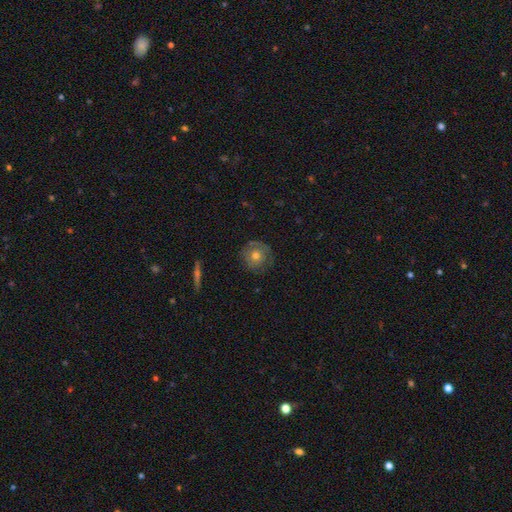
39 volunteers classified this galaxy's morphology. Volunteers were most divided on "spiral arms": yes: 53%, no: 47%. More confident: edge-on disk — no (95%); bar — no (95%); spiral winding — tight (80%); spiral arm count — can't tell (80%); bulge size — moderate (79%); merging — none (74%); smooth or featured — featured or disk (51%).